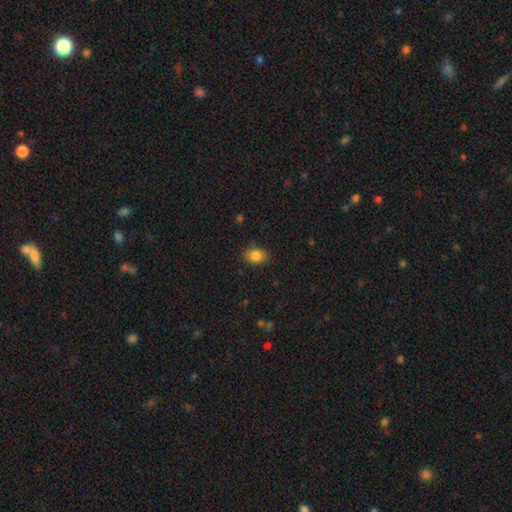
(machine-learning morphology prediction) This is clearly a smooth galaxy (84%). How rounded: likely in between (73%). Merging: clearly none (82%).